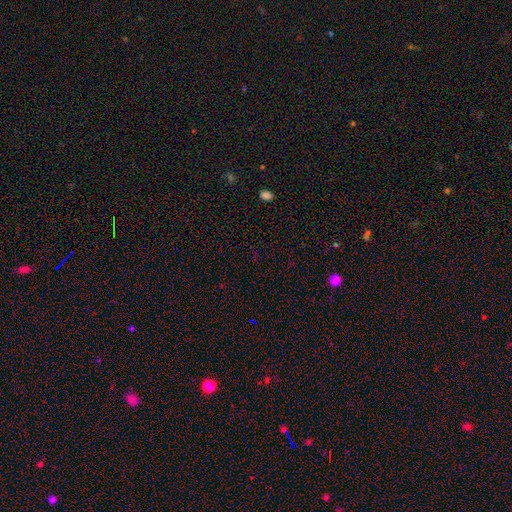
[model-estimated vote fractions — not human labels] This appears to be a star or artifact, not a galaxy (63%).